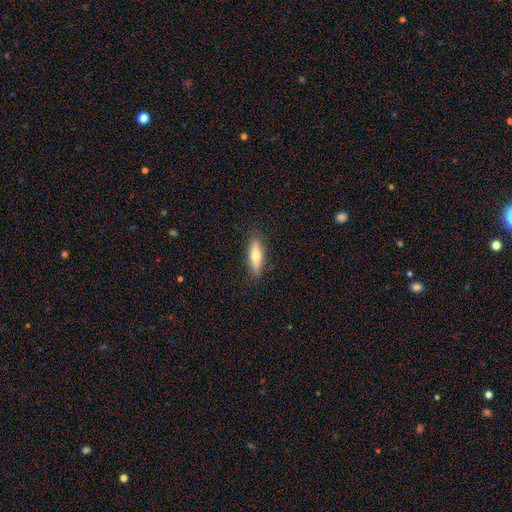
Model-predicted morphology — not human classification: Smooth or featured: smooth — 59% (featured or disk — 35%)
How rounded: cigar-shaped — 61% (in between — 37%)
Merging: none — 88% (minor disturbance — 9%)